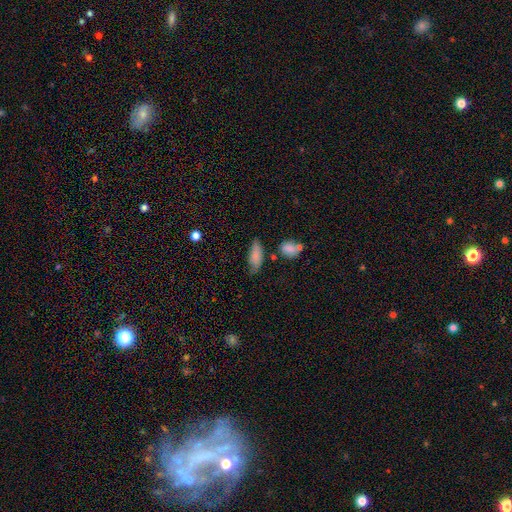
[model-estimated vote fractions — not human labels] Smooth or featured? Predicted: smooth (p=0.81). How rounded? Predicted: in between (p=0.75). Merging? Predicted: none (p=0.56).